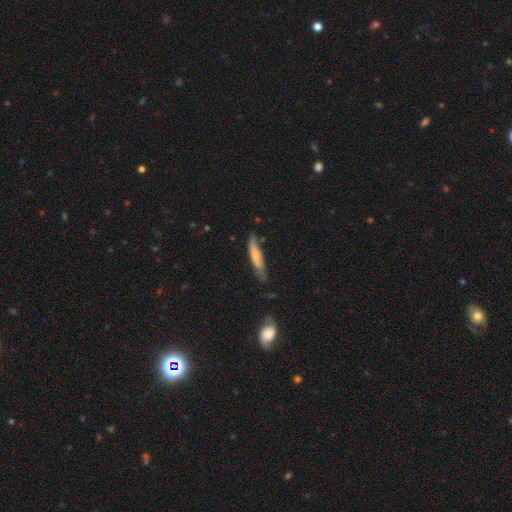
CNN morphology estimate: Q: Smooth or featured?
A: smooth (65%); runner-up: featured or disk (29%)
Q: How rounded?
A: cigar-shaped (89%); runner-up: in between (10%)
Q: Merging?
A: none (67%); runner-up: minor disturbance (25%)